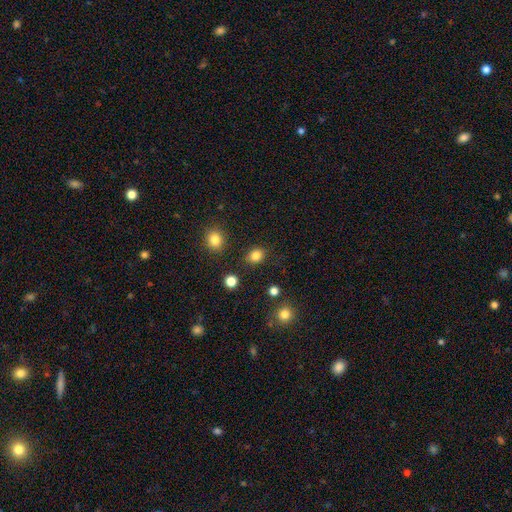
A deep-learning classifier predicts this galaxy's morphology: Q: Smooth or featured?
A: smooth (83%); runner-up: star or artifact (12%)
Q: How rounded?
A: round (64%); runner-up: in between (35%)
Q: Merging?
A: none (85%); runner-up: minor disturbance (9%)